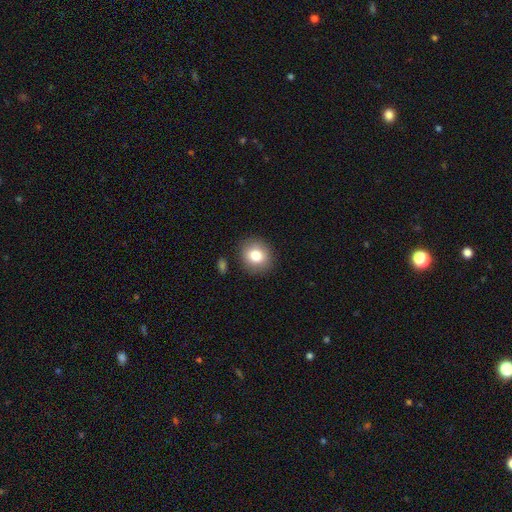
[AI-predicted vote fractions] This appears to be a smooth galaxy with no disk features (80%) that is round (78%). Merging: none (87%).